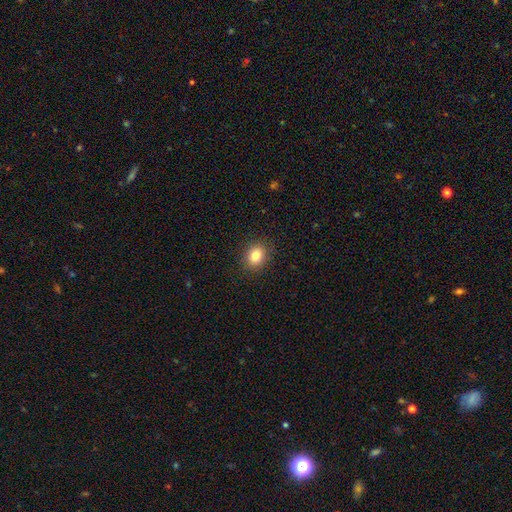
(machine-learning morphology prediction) Smooth or featured: smooth — 83% (star or artifact — 10%)
How rounded: in between — 50% (round — 49%)
Merging: none — 89% (minor disturbance — 8%)